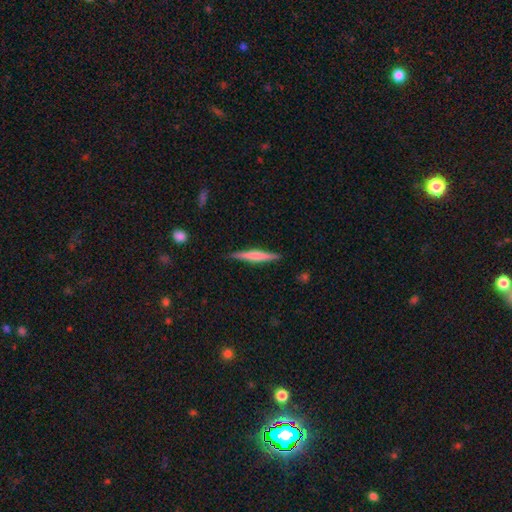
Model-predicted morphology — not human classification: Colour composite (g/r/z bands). It shows a smooth galaxy with no disk features (48%). Merging: none (90%).